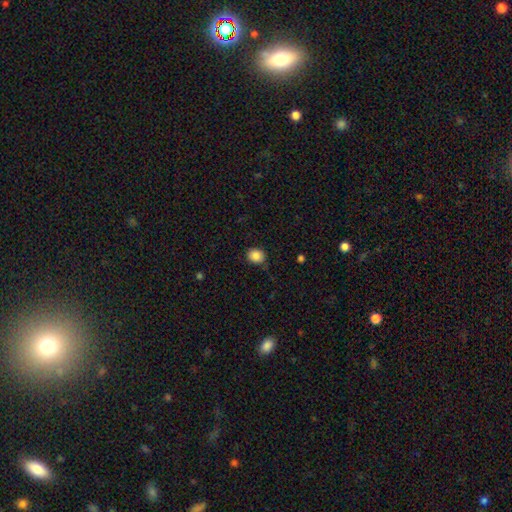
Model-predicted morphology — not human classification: smooth 85%, star or artifact 9%, featured or disk 6%. Down the decision tree: how rounded — round (63%); merging — none (80%).